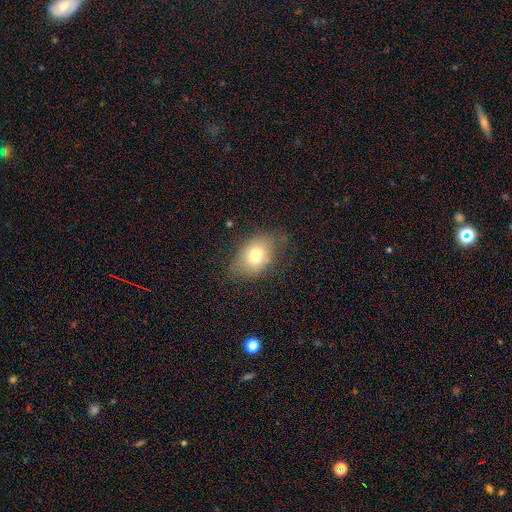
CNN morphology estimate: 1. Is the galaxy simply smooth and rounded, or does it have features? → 74% smooth, 16% featured or disk, 10% star or artifact.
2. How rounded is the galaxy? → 72% in between, 27% round, 1% cigar-shaped.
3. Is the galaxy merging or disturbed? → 65% none, 25% minor disturbance, 8% major disturbance, 1% merger.